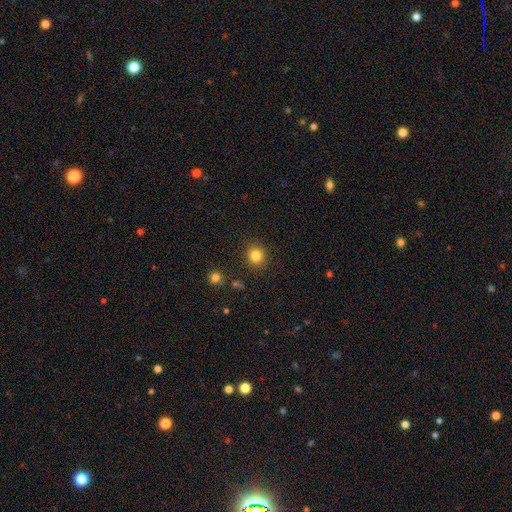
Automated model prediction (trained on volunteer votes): Overall: smooth (83%). How rounded: round (89%). Merging: none (90%).